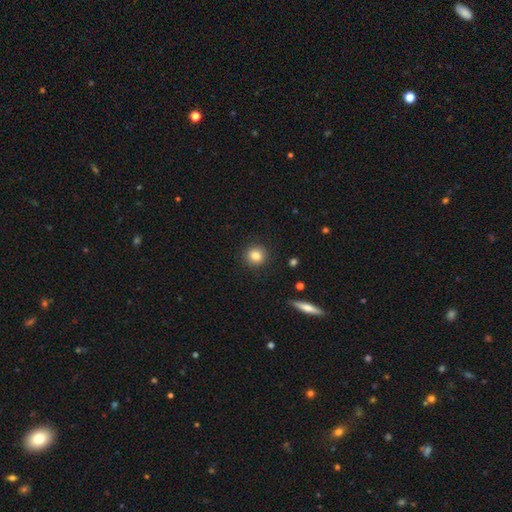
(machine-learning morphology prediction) The model was most divided on "smooth or featured": smooth: 83%, star or artifact: 10%, featured or disk: 7%. More confident: merging — none (91%); how rounded — round (90%).